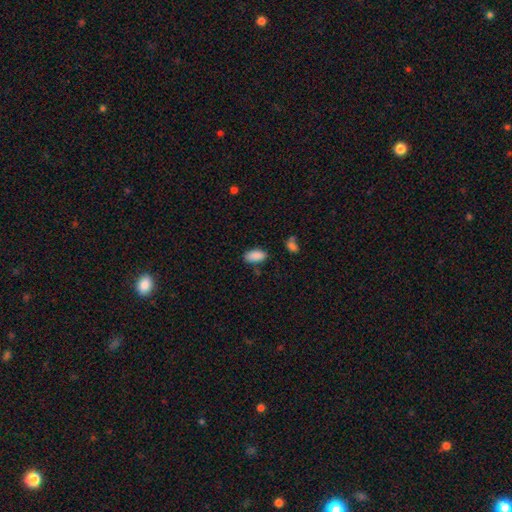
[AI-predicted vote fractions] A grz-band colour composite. It shows a smooth galaxy with no disk features (88%) that is in between round and cigar-shaped (93%). Merging: none (76%).